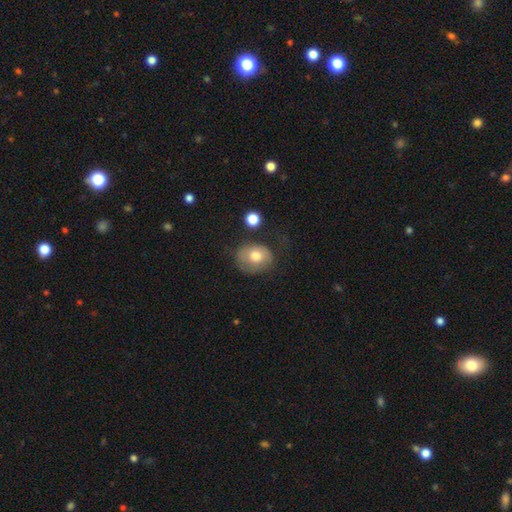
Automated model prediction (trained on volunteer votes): Smooth or featured?
  - smooth: 69% *
  - featured or disk: 23%
  - star or artifact: 8%
How rounded?
  - round: 50% *
  - in between: 49%
  - cigar-shaped: 1%
Merging?
  - none: 54% *
  - minor disturbance: 27%
  - major disturbance: 15%
  - merger: 4%